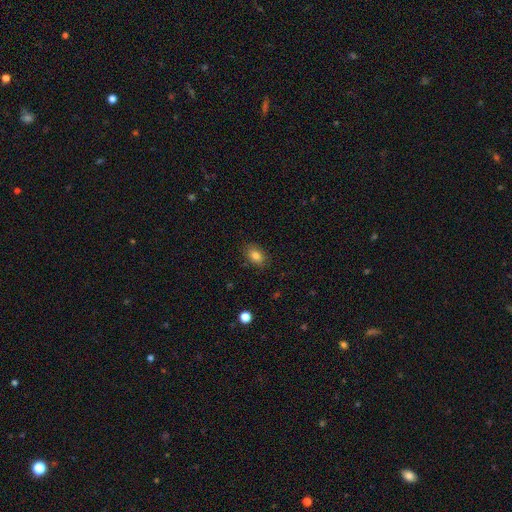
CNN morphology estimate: smooth 82%, star or artifact 10%, featured or disk 8%. Down the decision tree: how rounded — in between (80%); merging — none (86%).